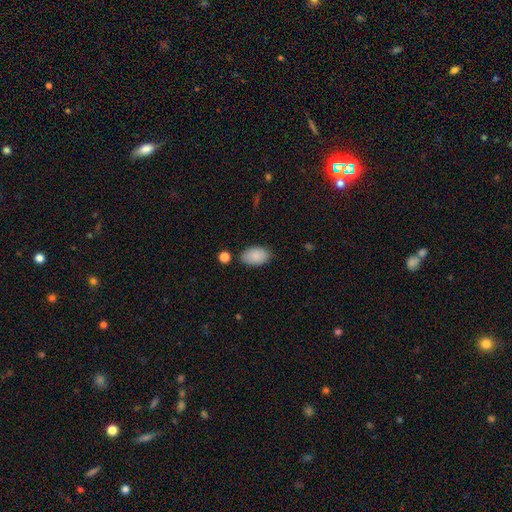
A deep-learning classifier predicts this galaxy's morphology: Smooth or featured: smooth — 88% (star or artifact — 6%)
How rounded: in between — 93% (round — 6%)
Merging: none — 82% (minor disturbance — 13%)